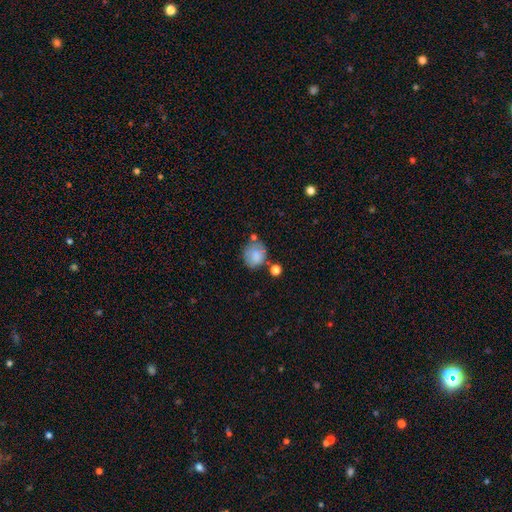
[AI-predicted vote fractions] smooth 73%, featured or disk 17%, star or artifact 9%. Down the decision tree: how rounded — round (65%); merging — none (51%).